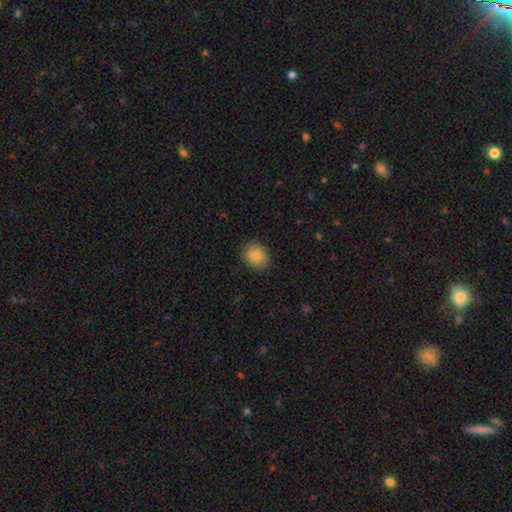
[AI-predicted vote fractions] Smooth or featured? smooth (86%)
How rounded? round (56%)
Merging? none (86%)